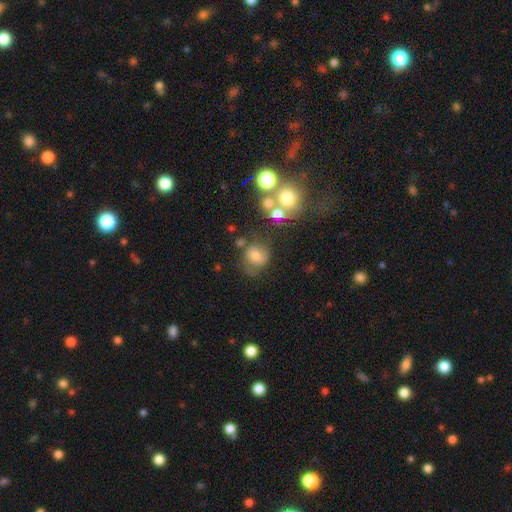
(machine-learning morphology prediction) Q: Smooth or featured?
A: smooth (55%); runner-up: featured or disk (31%)
Q: How rounded?
A: round (80%); runner-up: in between (19%)
Q: Merging?
A: none (54%); runner-up: minor disturbance (21%)